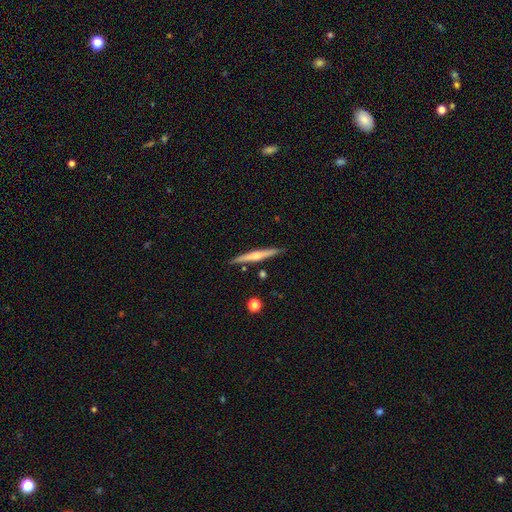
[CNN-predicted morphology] The model was most divided on "smooth or featured": featured or disk: 58%, smooth: 37%, star or artifact: 6%. More confident: edge-on disk — yes (97%); merging — none (87%); edge-on bulge — rounded (69%).